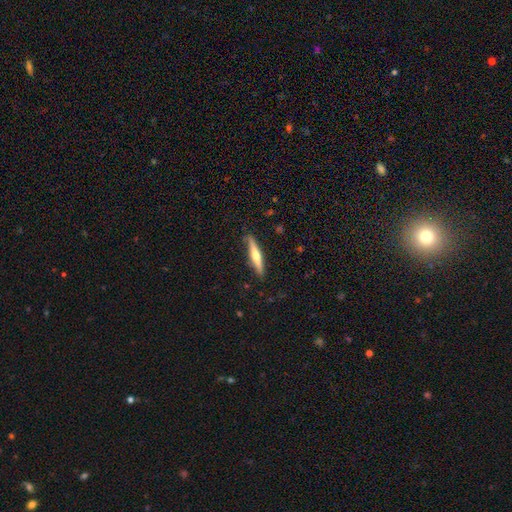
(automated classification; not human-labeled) featured or disk 55%, smooth 39%, star or artifact 5%. Down the decision tree: edge-on disk — yes (96%); edge-on bulge — rounded (87%); merging — none (86%).